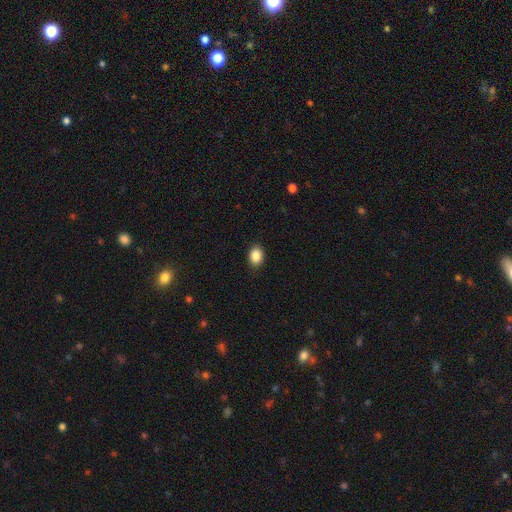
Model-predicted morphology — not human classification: Smooth or featured? Predicted: smooth (p=0.88). How rounded? Predicted: in between (p=0.74). Merging? Predicted: none (p=0.88).